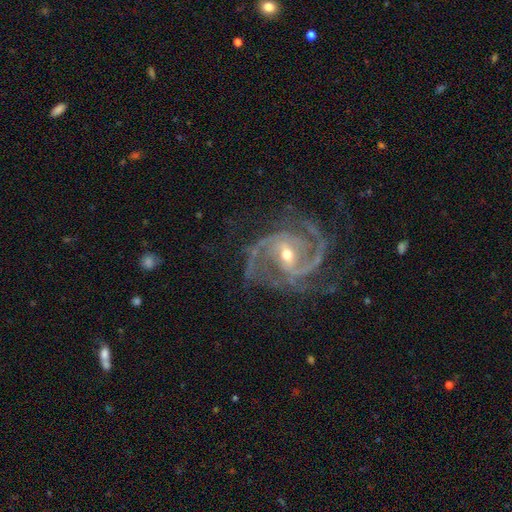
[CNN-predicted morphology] Smooth or featured?
  - featured or disk: 93% *
  - star or artifact: 5%
  - smooth: 2%
Edge-on disk?
  - no: 98% *
  - yes: 2%
Bar?
  - weak: 41% *
  - strong: 33%
  - no: 26%
Spiral arms?
  - yes: 99% *
  - no: 1%
Spiral winding?
  - medium: 53% *
  - tight: 37%
  - loose: 10%
Spiral arm count?
  - 2: 40% *
  - 3: 34%
  - 4: 9%
  - can't tell: 8%
  - more than 4: 5%
  - 1: 5%
Bulge size?
  - small: 49% *
  - moderate: 48%
  - large: 2%
  - none: 1%
  - dominant: 1%
Merging?
  - none: 72% *
  - minor disturbance: 17%
  - major disturbance: 10%
  - merger: 1%